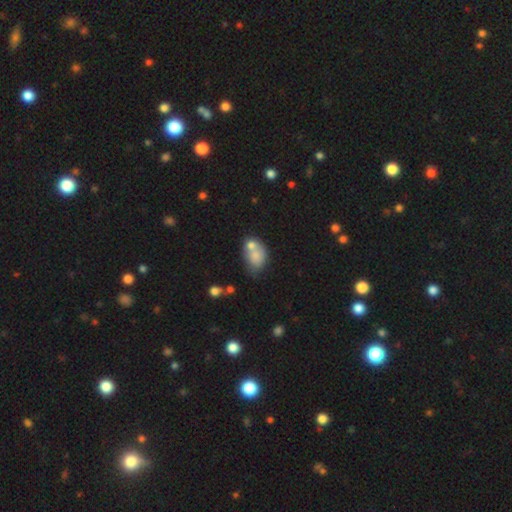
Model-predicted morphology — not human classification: Smooth or featured? Predicted: smooth (p=0.72). How rounded? Predicted: in between (p=0.75). Merging? Predicted: merger (p=0.45).